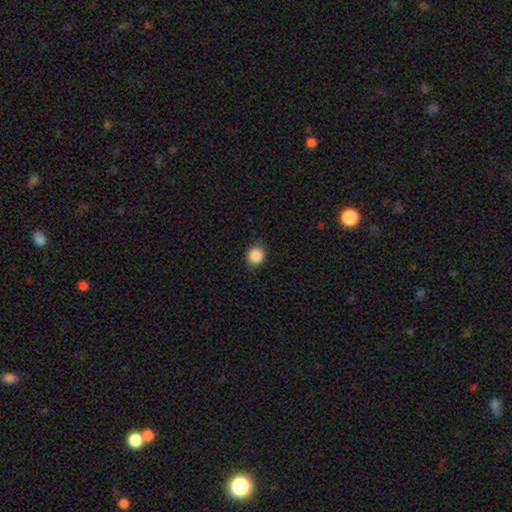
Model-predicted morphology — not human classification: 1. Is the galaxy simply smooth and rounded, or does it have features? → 88% smooth, 9% star or artifact, 3% featured or disk.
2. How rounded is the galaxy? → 80% round, 19% in between, 1% cigar-shaped.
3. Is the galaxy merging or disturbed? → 87% none, 10% minor disturbance, 2% major disturbance, 1% merger.